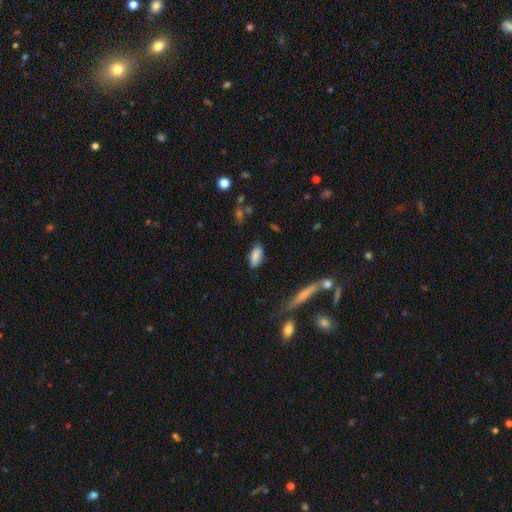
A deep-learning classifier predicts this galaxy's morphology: Smooth or featured? Predicted: smooth (p=0.86). How rounded? Predicted: in between (p=0.85). Merging? Predicted: none (p=0.83).